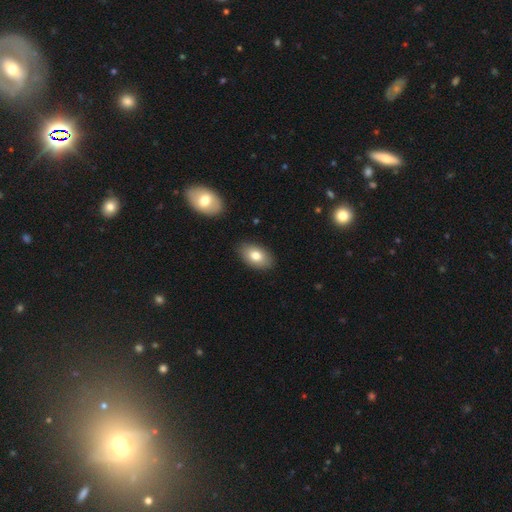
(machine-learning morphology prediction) smooth_or_featured: smooth (p=0.78) [alt: featured or disk p=0.15]
how_rounded: in between (p=0.92) [alt: round p=0.06]
merging: none (p=0.86) [alt: minor disturbance p=0.10]